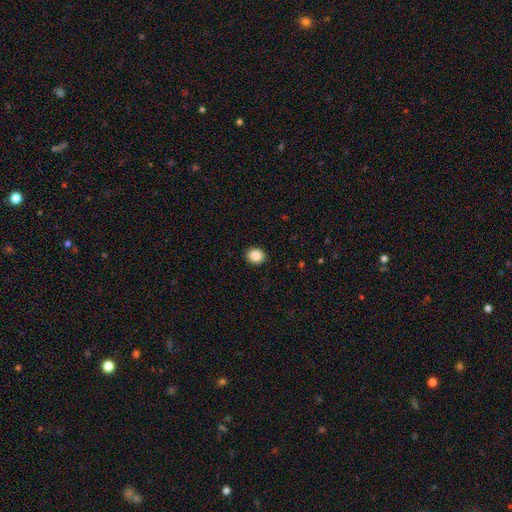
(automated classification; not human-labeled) Smooth or featured?
  - smooth: 88% *
  - star or artifact: 9%
  - featured or disk: 3%
How rounded?
  - round: 71% *
  - in between: 28%
  - cigar-shaped: 1%
Merging?
  - none: 91% *
  - minor disturbance: 6%
  - major disturbance: 2%
  - merger: 1%